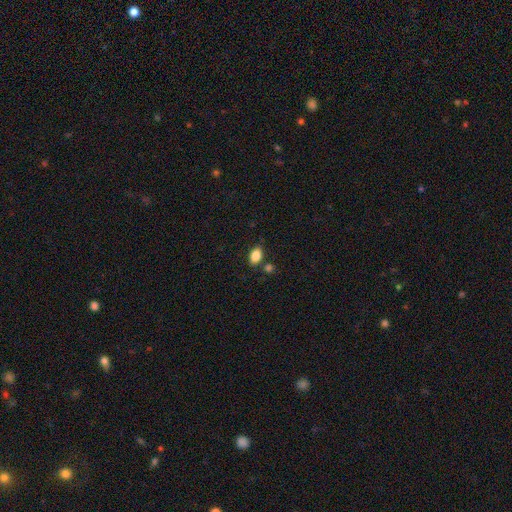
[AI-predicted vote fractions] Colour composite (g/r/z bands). It shows a smooth galaxy with no disk features (85%) that is in between round and cigar-shaped (85%). Merging: none (76%).